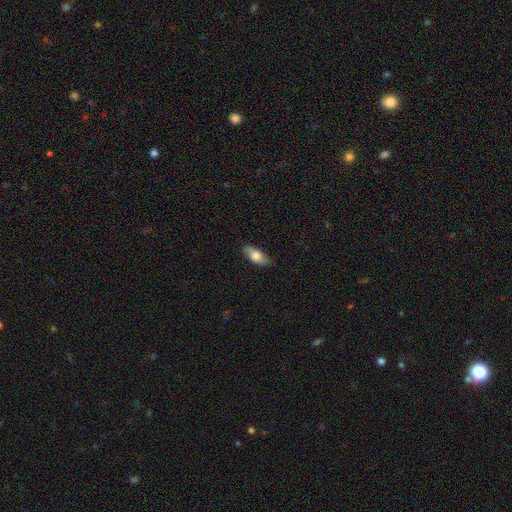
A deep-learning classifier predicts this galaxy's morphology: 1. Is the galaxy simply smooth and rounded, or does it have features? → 68% smooth, 26% featured or disk, 7% star or artifact.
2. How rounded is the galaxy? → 83% in between, 13% cigar-shaped, 4% round.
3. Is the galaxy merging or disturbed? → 81% none, 15% minor disturbance, 3% major disturbance, 1% merger.